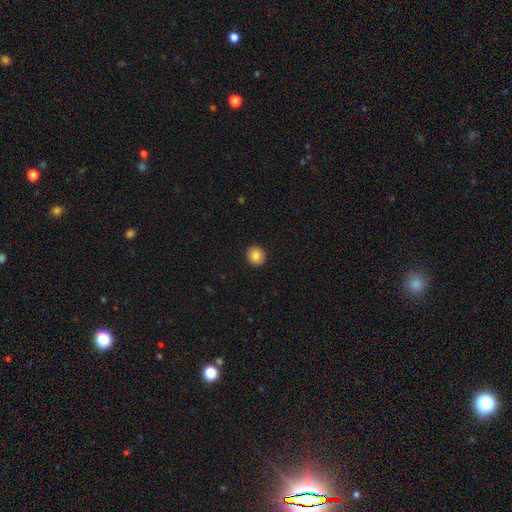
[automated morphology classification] Smooth or featured?
  - smooth: 84% *
  - star or artifact: 8%
  - featured or disk: 8%
How rounded?
  - round: 89% *
  - in between: 10%
  - cigar-shaped: 1%
Merging?
  - none: 92% *
  - minor disturbance: 5%
  - major disturbance: 1%
  - merger: 1%